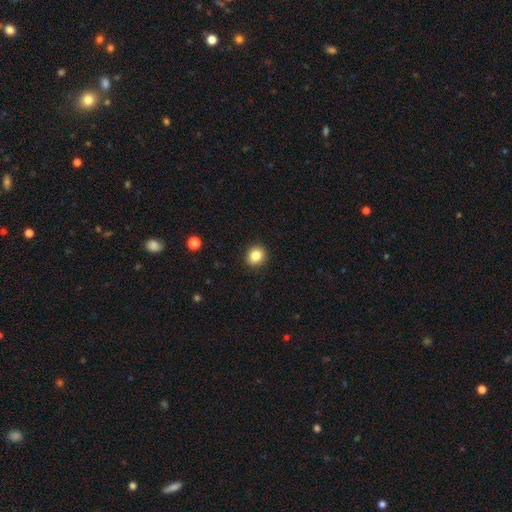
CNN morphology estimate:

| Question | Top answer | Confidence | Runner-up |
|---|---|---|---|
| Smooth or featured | smooth | 84% | star or artifact (11%) |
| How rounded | round | 83% | in between (16%) |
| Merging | none | 92% | minor disturbance (6%) |